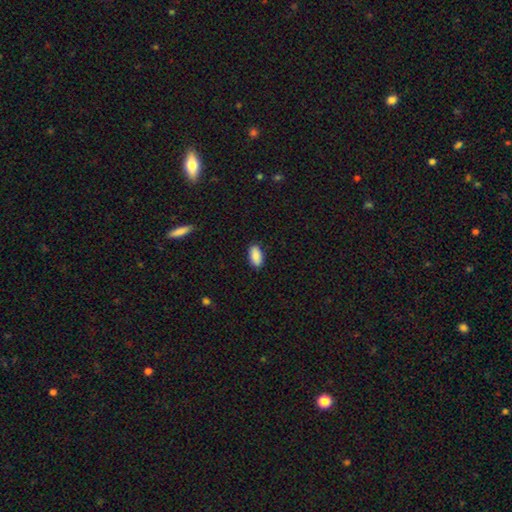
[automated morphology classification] Smooth or featured?
  - smooth: 90% *
  - star or artifact: 7%
  - featured or disk: 4%
How rounded?
  - in between: 93% *
  - cigar-shaped: 4%
  - round: 3%
Merging?
  - none: 88% *
  - minor disturbance: 9%
  - major disturbance: 2%
  - merger: 1%